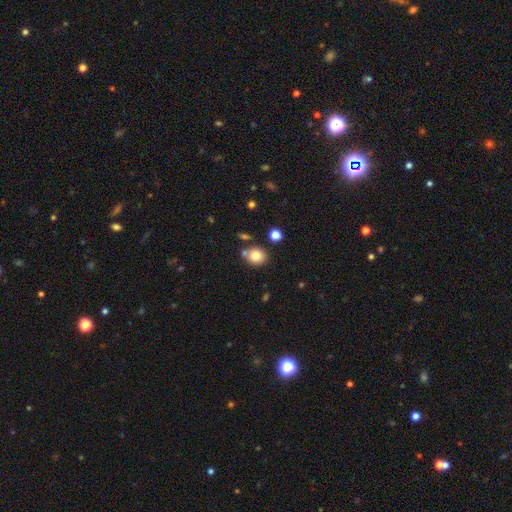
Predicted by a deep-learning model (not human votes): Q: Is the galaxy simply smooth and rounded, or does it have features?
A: smooth — 79%.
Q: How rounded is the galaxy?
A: round — 73%.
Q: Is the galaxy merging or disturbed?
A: none — 72%.